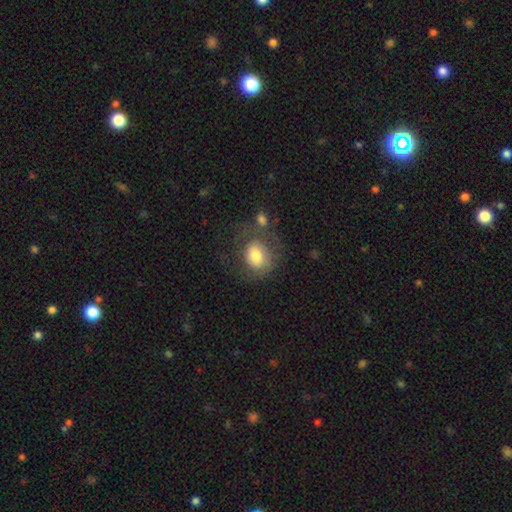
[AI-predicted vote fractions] A smooth galaxy with no disk features (71%) that is round (58%). Merging: none (48%).